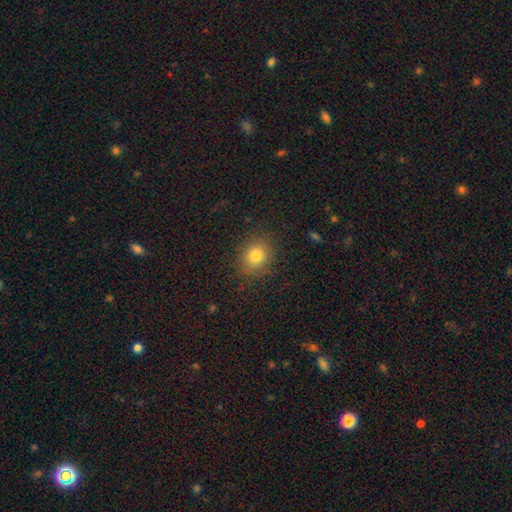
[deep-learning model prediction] smooth-or-featured: smooth: 79% | star or artifact: 13% | featured or disk: 8%
  how-rounded: round: 69% | in between: 30% | cigar-shaped: 1%
  merging: none: 85% | minor disturbance: 10% | major disturbance: 3% | merger: 1%